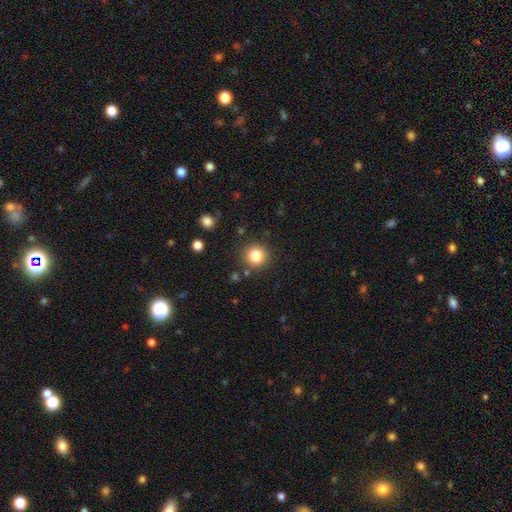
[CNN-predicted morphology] smooth_or_featured: smooth (p=0.82) [alt: star or artifact p=0.11]
how_rounded: round (p=0.94) [alt: in between p=0.05]
merging: none (p=0.88) [alt: minor disturbance p=0.07]